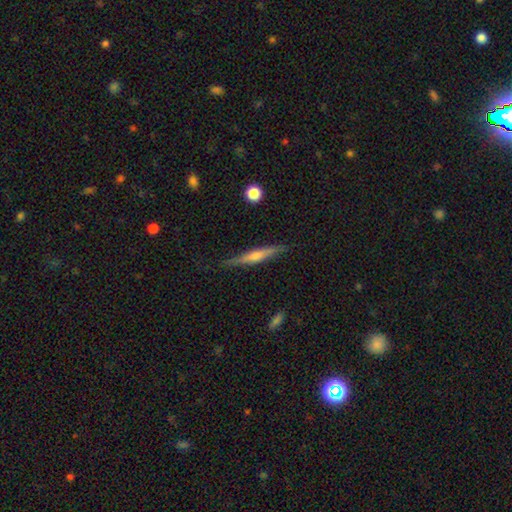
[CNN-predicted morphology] smooth_or_featured: featured or disk (p=0.64) [alt: smooth p=0.29]
disk_edge_on: yes (p=0.97) [alt: no p=0.03]
edge_on_bulge: rounded (p=0.68) [alt: none p=0.21]
merging: none (p=0.86) [alt: minor disturbance p=0.10]